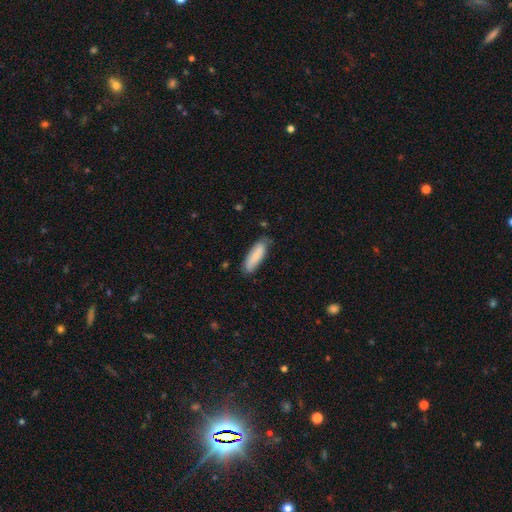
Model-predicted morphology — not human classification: This is clearly a smooth galaxy (86%). How rounded: possibly in between (50%). Merging: likely none (77%).